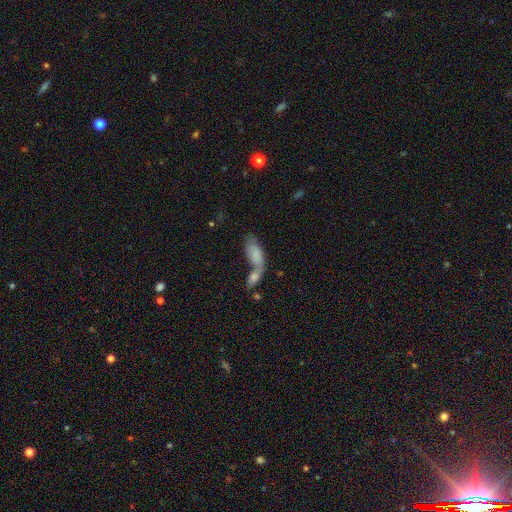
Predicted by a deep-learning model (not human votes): smooth_or_featured: smooth (p=0.76) [alt: featured or disk p=0.16]
how_rounded: in between (p=0.81) [alt: cigar-shaped p=0.15]
merging: merger (p=0.70) [alt: none p=0.16]